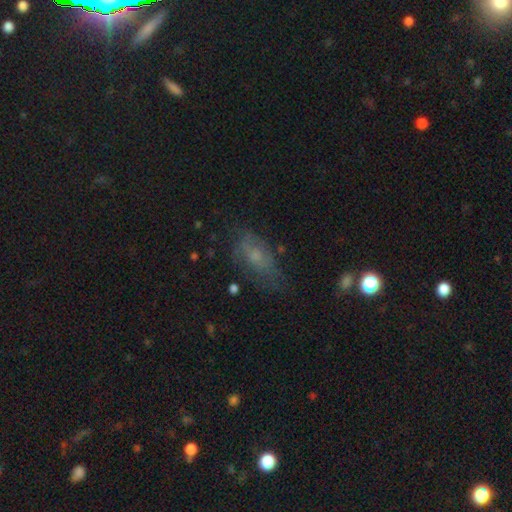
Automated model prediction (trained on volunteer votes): smooth 52%, featured or disk 33%, star or artifact 15%. Down the decision tree: how rounded — in between (81%); merging — none (55%).